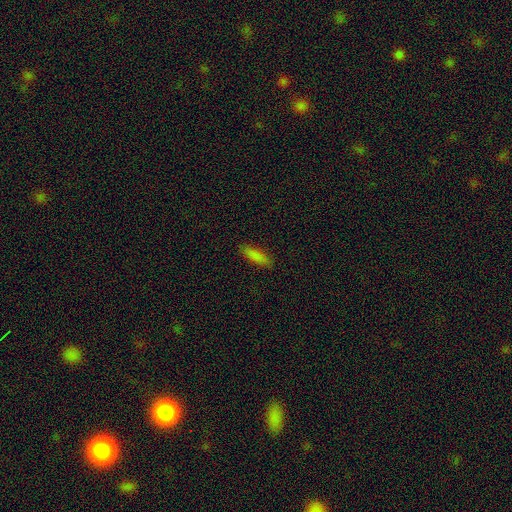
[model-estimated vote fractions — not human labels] A smooth galaxy with no disk features (85%) that is in between round and cigar-shaped (50%).

Vote fractions:
- Smooth or featured? smooth: 85% / star or artifact: 8% / featured or disk: 7%
- How rounded? in between: 50% / cigar-shaped: 49% / round: 2%
- Merging? none: 87% / minor disturbance: 10% / major disturbance: 2% / merger: 1%